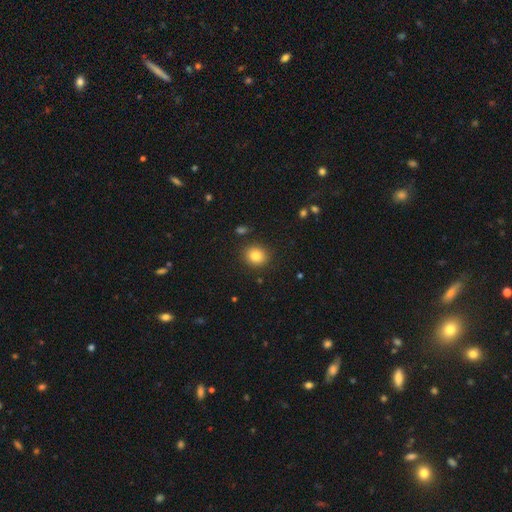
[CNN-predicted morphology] A smooth galaxy with no disk features (83%) that is round (79%). Merging: none (89%).